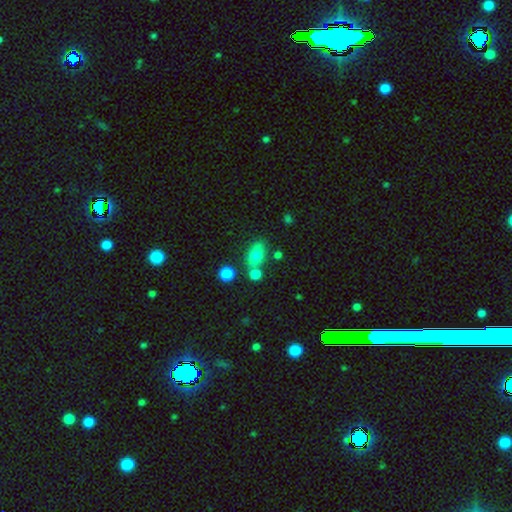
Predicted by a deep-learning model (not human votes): A smooth galaxy with no disk features (76%) that is in between round and cigar-shaped (78%). Merging: none (58%).